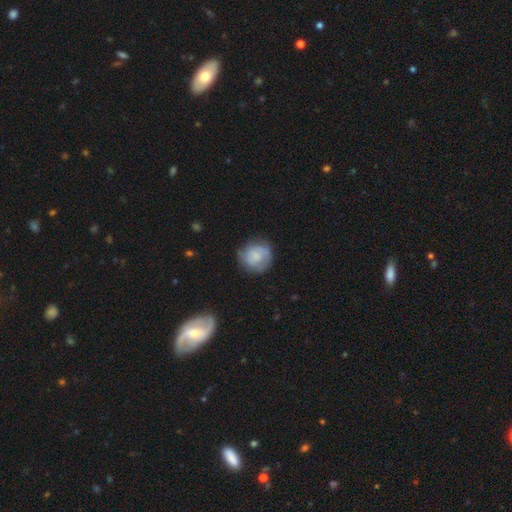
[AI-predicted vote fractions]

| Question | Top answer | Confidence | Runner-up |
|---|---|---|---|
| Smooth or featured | smooth | 64% | featured or disk (29%) |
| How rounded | round | 89% | in between (10%) |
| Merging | none | 67% | minor disturbance (22%) |